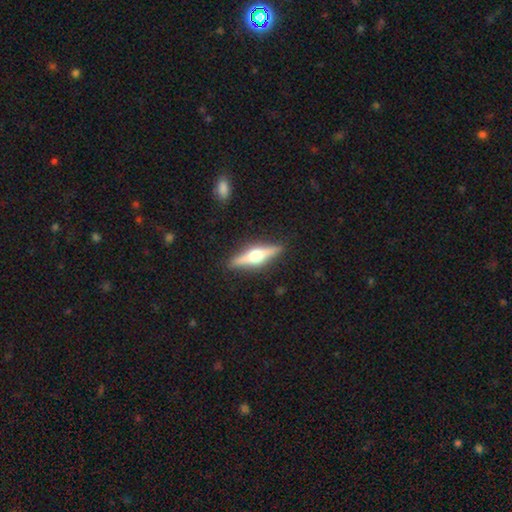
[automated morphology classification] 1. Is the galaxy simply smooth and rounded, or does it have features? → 69% featured or disk, 25% smooth, 5% star or artifact.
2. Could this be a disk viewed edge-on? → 97% yes, 3% no.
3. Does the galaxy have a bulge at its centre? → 95% rounded, 3% boxy, 2% none.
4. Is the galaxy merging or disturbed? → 90% none, 7% minor disturbance, 2% major disturbance, 1% merger.